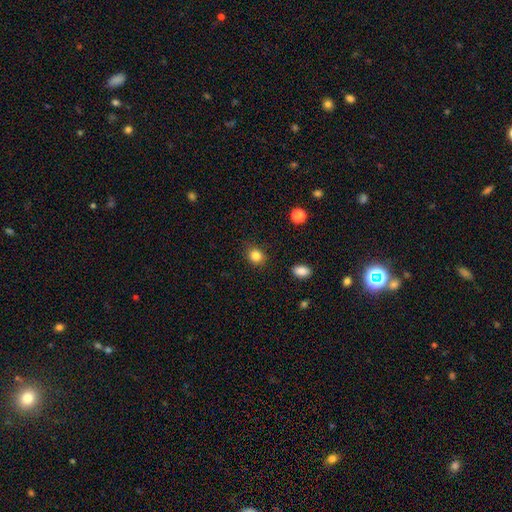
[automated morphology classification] Smooth or featured?
  - smooth: 84% *
  - star or artifact: 11%
  - featured or disk: 5%
How rounded?
  - round: 66% *
  - in between: 33%
  - cigar-shaped: 1%
Merging?
  - none: 85% *
  - minor disturbance: 10%
  - major disturbance: 3%
  - merger: 2%